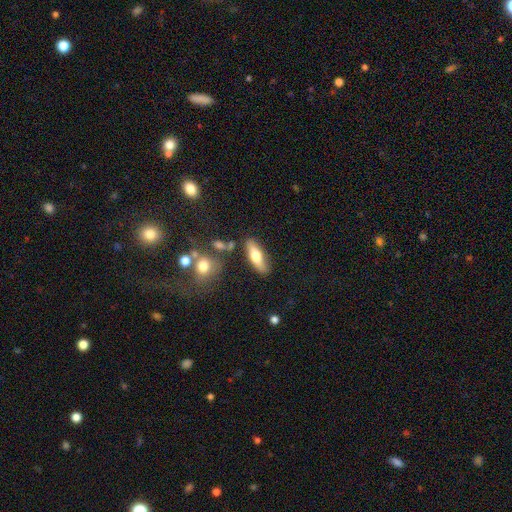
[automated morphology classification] Smooth or featured?
  - smooth: 59% *
  - featured or disk: 34%
  - star or artifact: 6%
How rounded?
  - in between: 49% *
  - cigar-shaped: 48%
  - round: 3%
Merging?
  - none: 79% *
  - minor disturbance: 12%
  - merger: 5%
  - major disturbance: 3%